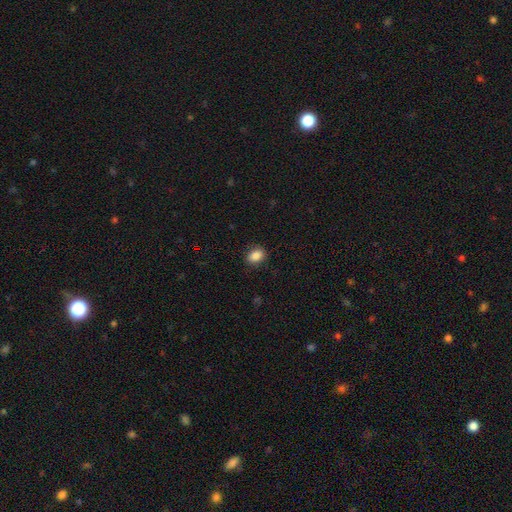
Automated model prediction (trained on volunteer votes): smooth_or_featured: smooth (p=0.87) [alt: star or artifact p=0.09]
how_rounded: in between (p=0.77) [alt: round p=0.22]
merging: none (p=0.86) [alt: minor disturbance p=0.11]